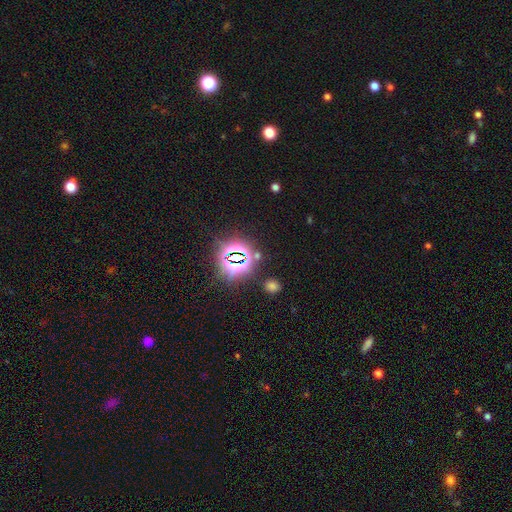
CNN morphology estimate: This appears to be a star or artifact, not a galaxy (78%).